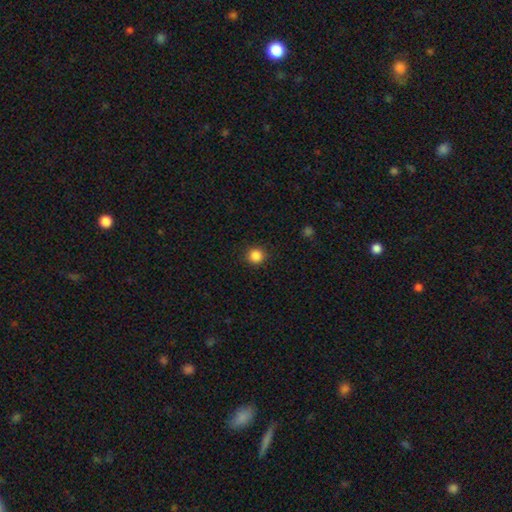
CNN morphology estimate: Overall: smooth (86%). How rounded: round (94%). Merging: none (91%).